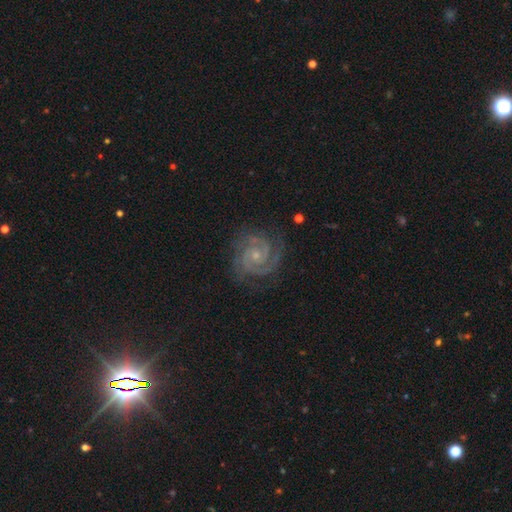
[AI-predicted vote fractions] Overall: featured or disk (92%). Edge-on disk: no (98%). Bar: no (67%). Spiral arms: yes (99%). Spiral arm count: 2 (72%). Spiral winding: tight (72%). Bulge size: small (74%). Merging: none (80%).